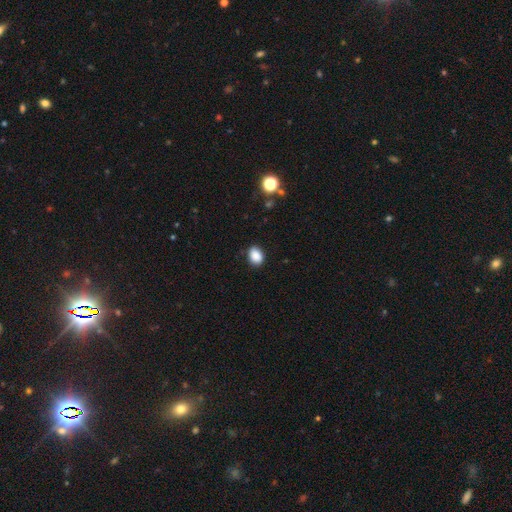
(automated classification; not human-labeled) smooth_or_featured: smooth (p=0.88) [alt: star or artifact p=0.09]
how_rounded: in between (p=0.68) [alt: round p=0.31]
merging: none (p=0.85) [alt: minor disturbance p=0.12]